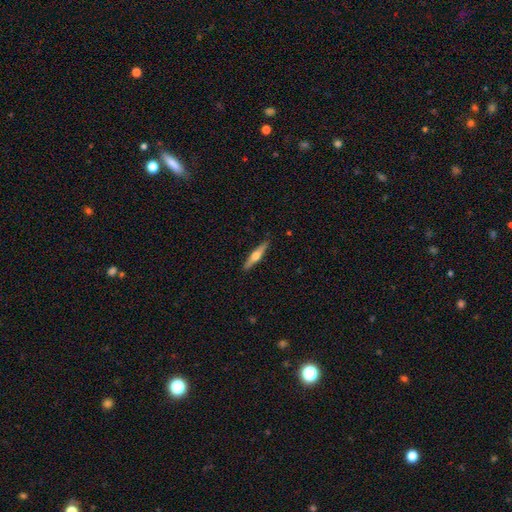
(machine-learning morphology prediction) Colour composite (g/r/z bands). It shows a featured or disk galaxy (59%) viewed edge-on (96%) with a rounded central bulge (93%). Merging: none (90%).